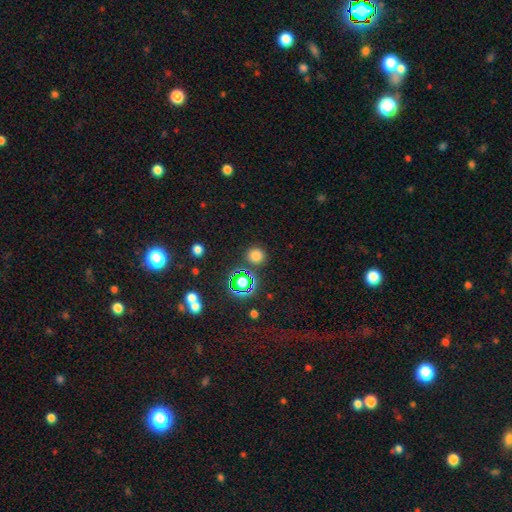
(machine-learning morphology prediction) A smooth galaxy with no disk features (72%) that is round (92%).

Vote fractions:
- Smooth or featured? smooth: 72% / star or artifact: 22% / featured or disk: 6%
- How rounded? round: 92% / in between: 7% / cigar-shaped: 1%
- Merging? none: 85% / minor disturbance: 7% / merger: 5% / major disturbance: 3%